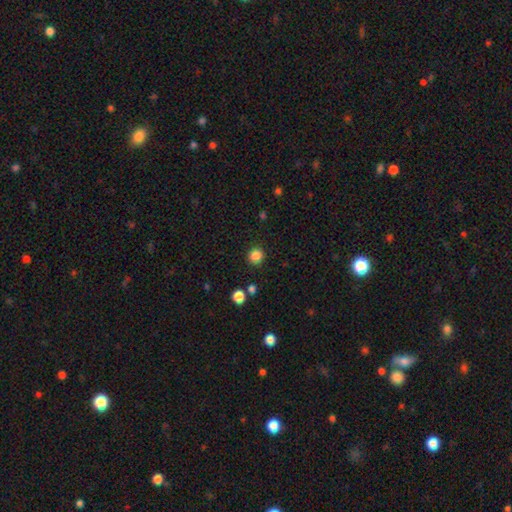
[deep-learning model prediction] Q: Smooth or featured?
A: smooth (85%); runner-up: star or artifact (12%)
Q: How rounded?
A: round (92%); runner-up: in between (7%)
Q: Merging?
A: none (90%); runner-up: minor disturbance (6%)